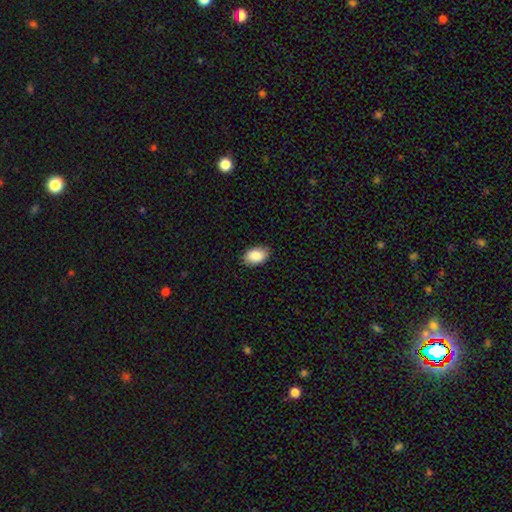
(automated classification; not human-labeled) The model was most divided on "how rounded": in between: 87%, round: 12%, cigar-shaped: 1%. More confident: smooth or featured — smooth (89%); merging — none (86%).